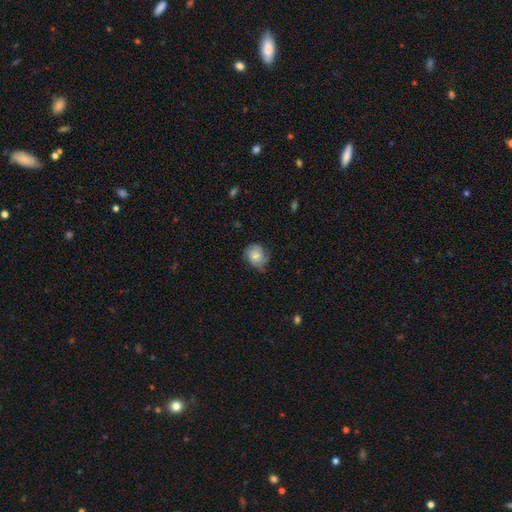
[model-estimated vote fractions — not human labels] smooth-or-featured: smooth: 65% | featured or disk: 28% | star or artifact: 8%
  how-rounded: round: 64% | in between: 35% | cigar-shaped: 1%
  merging: none: 58% | minor disturbance: 31% | major disturbance: 10% | merger: 1%